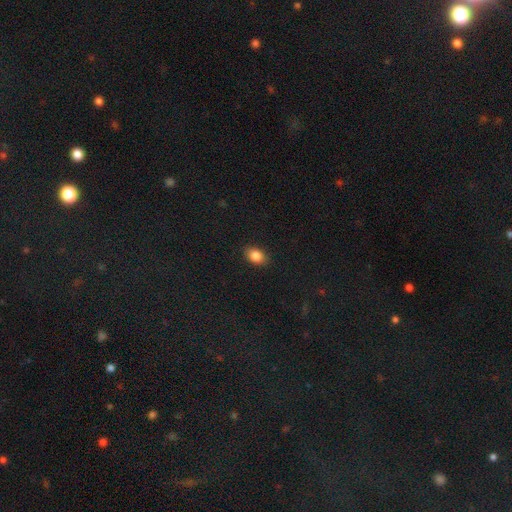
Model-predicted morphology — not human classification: Smooth or featured?
  - smooth: 85% *
  - star or artifact: 9%
  - featured or disk: 6%
How rounded?
  - in between: 76% *
  - round: 22%
  - cigar-shaped: 1%
Merging?
  - none: 87% *
  - minor disturbance: 10%
  - major disturbance: 2%
  - merger: 1%